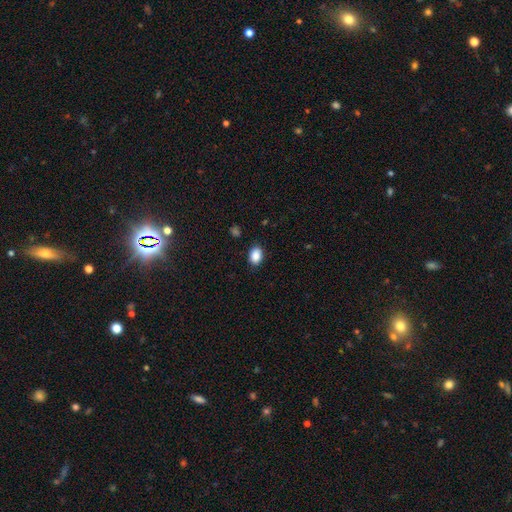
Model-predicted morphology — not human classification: Smooth or featured?
  - smooth: 89% *
  - star or artifact: 8%
  - featured or disk: 3%
How rounded?
  - in between: 80% *
  - round: 19%
  - cigar-shaped: 1%
Merging?
  - none: 85% *
  - minor disturbance: 11%
  - major disturbance: 3%
  - merger: 1%